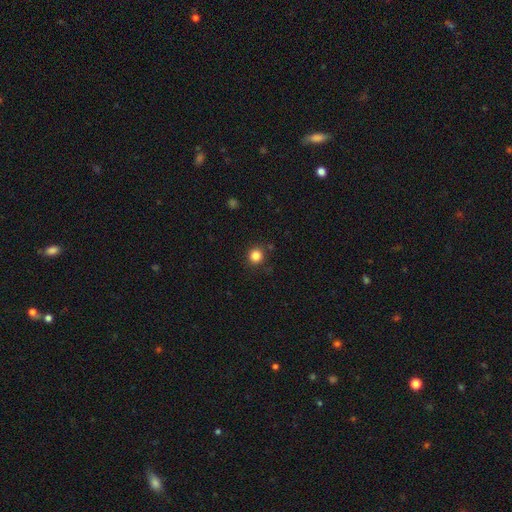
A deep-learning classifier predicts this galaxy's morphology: Smooth or featured? Predicted: smooth (p=0.84). How rounded? Predicted: round (p=0.94). Merging? Predicted: none (p=0.89).